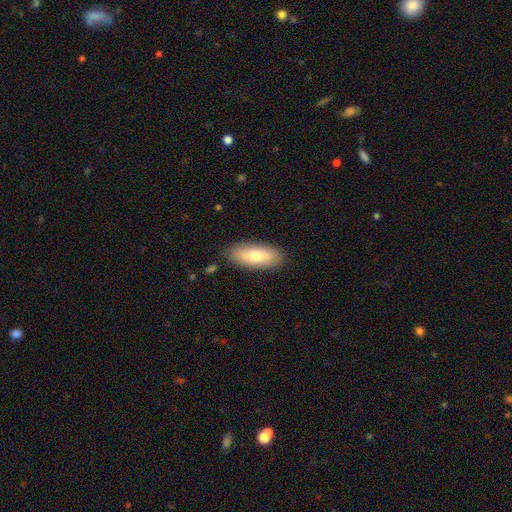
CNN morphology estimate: type=smooth (71%); roundness=in between (77%); merging=none (86%).